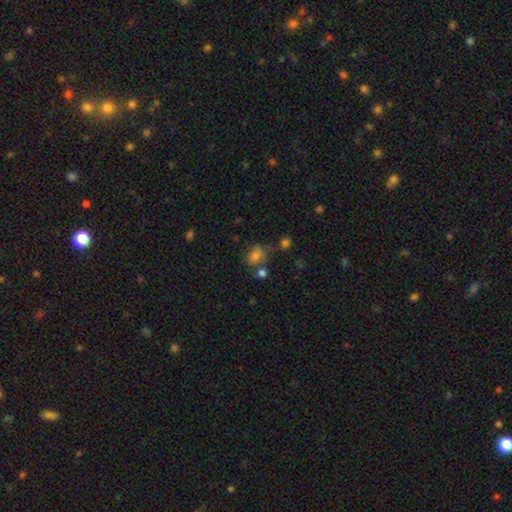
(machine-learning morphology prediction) Overall: smooth (75%). How rounded: in between (58%; round 41%). Merging: none (52%; minor disturbance 21%).